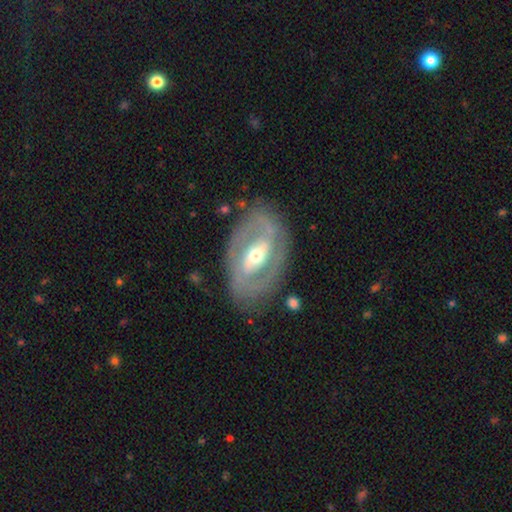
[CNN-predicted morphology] featured or disk 81%, smooth 14%, star or artifact 5%. Down the decision tree: edge-on disk — no (94%); bar — strong (47%); spiral arms — yes (73%); spiral arm count — 2 (76%); spiral winding — tight (49%); bulge size — moderate (63%); merging — none (77%).